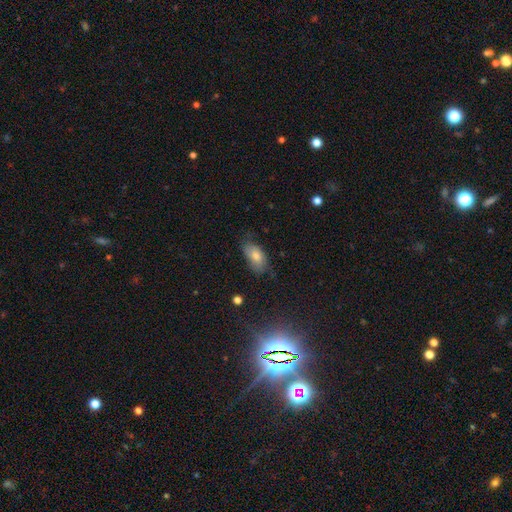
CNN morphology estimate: This appears to be a smooth galaxy with no disk features (68%) that is in between round and cigar-shaped (89%). Merging: none (66%).